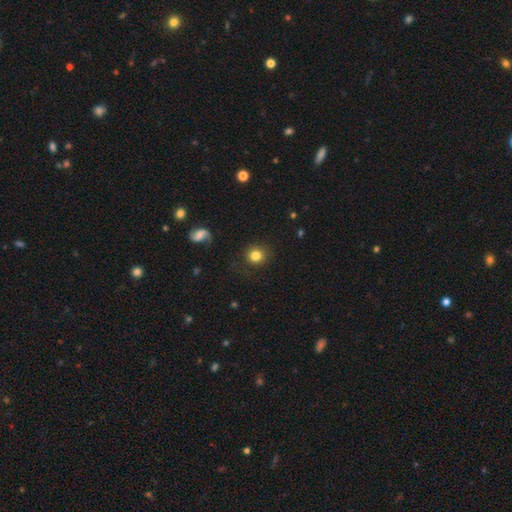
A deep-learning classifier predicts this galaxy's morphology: smooth-or-featured: smooth: 82% | star or artifact: 10% | featured or disk: 8%
  how-rounded: round: 89% | in between: 10% | cigar-shaped: 1%
  merging: none: 86% | minor disturbance: 9% | major disturbance: 4% | merger: 1%